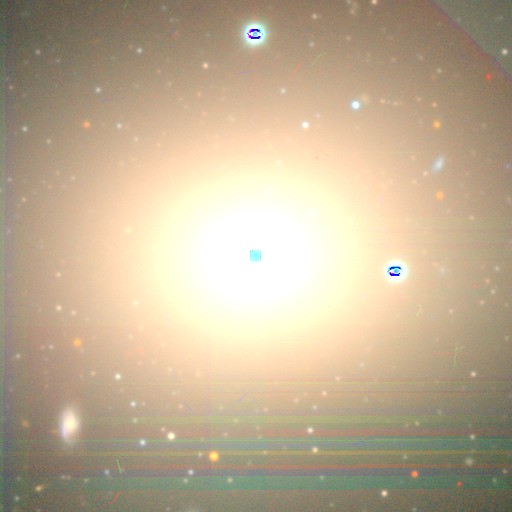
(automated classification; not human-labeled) smooth-or-featured: smooth: 51% | star or artifact: 30% | featured or disk: 19%
  how-rounded: round: 57% | in between: 39% | cigar-shaped: 4%
  merging: none: 85% | minor disturbance: 7% | major disturbance: 4% | merger: 3%